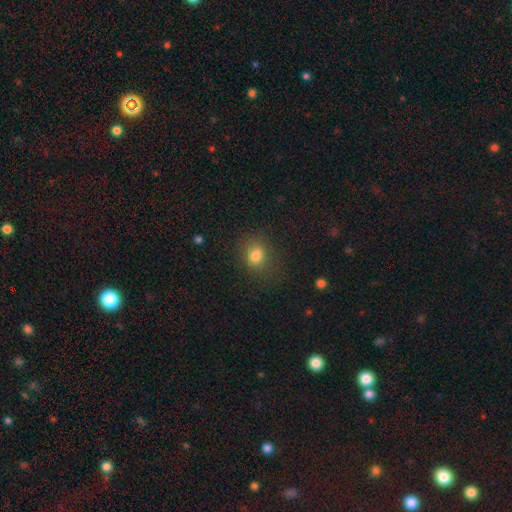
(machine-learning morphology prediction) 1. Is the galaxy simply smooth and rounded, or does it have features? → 80% smooth, 12% star or artifact, 8% featured or disk.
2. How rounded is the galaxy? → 52% round, 47% in between, 1% cigar-shaped.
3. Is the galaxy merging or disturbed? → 74% none, 16% minor disturbance, 8% major disturbance, 2% merger.